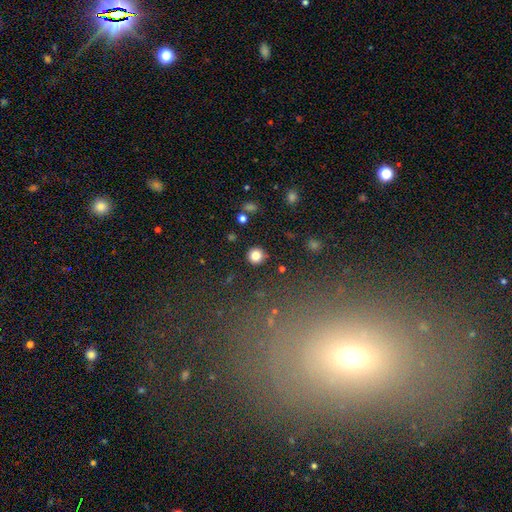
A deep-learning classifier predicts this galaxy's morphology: smooth_or_featured: smooth (p=0.83) [alt: star or artifact p=0.11]
how_rounded: round (p=0.94) [alt: in between p=0.05]
merging: none (p=0.90) [alt: minor disturbance p=0.06]